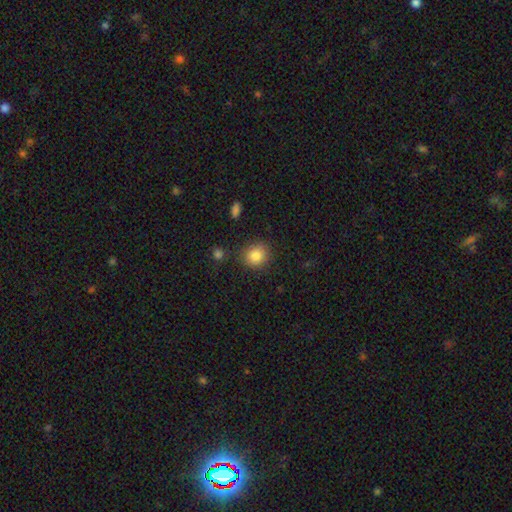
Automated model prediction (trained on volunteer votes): Q: Smooth or featured?
A: smooth (85%); runner-up: star or artifact (9%)
Q: How rounded?
A: round (81%); runner-up: in between (18%)
Q: Merging?
A: none (85%); runner-up: minor disturbance (10%)